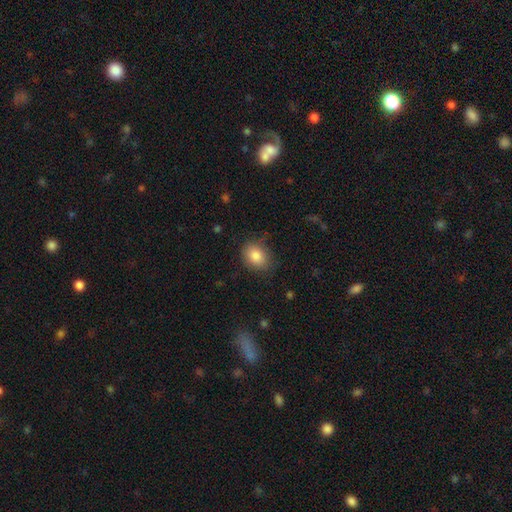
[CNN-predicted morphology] Q: Smooth or featured?
A: smooth (84%); runner-up: star or artifact (9%)
Q: How rounded?
A: in between (53%); runner-up: round (46%)
Q: Merging?
A: none (79%); runner-up: minor disturbance (16%)